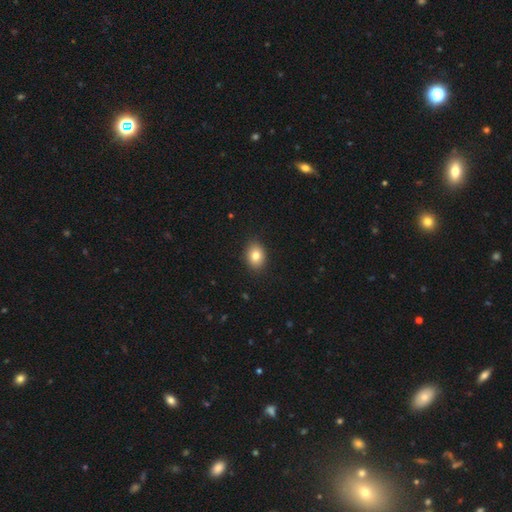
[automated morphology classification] smooth-or-featured: smooth: 81% | featured or disk: 10% | star or artifact: 9%
  how-rounded: in between: 61% | round: 38% | cigar-shaped: 1%
  merging: none: 89% | minor disturbance: 8% | major disturbance: 2% | merger: 1%